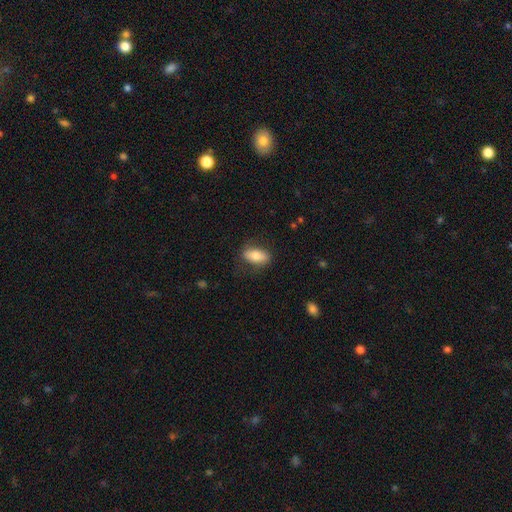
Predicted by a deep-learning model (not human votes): Smooth or featured? Predicted: smooth (p=0.76). How rounded? Predicted: in between (p=0.84). Merging? Predicted: none (p=0.77).